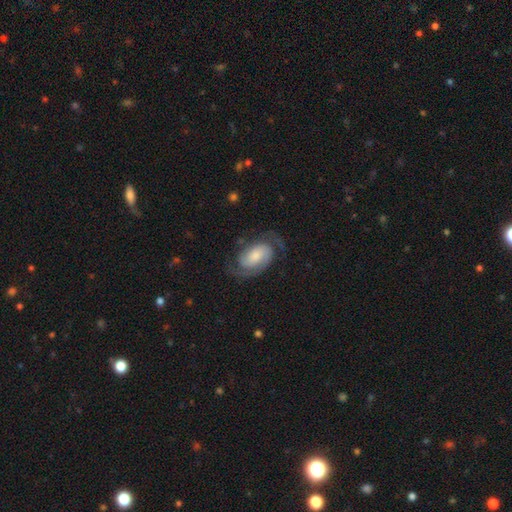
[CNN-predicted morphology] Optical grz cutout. It shows a featured or disk galaxy (81%) with no bar (60%), 2 (87%) medium (45%) spiral arms (96%) and a small central bulge (37%). Merging: none (69%).